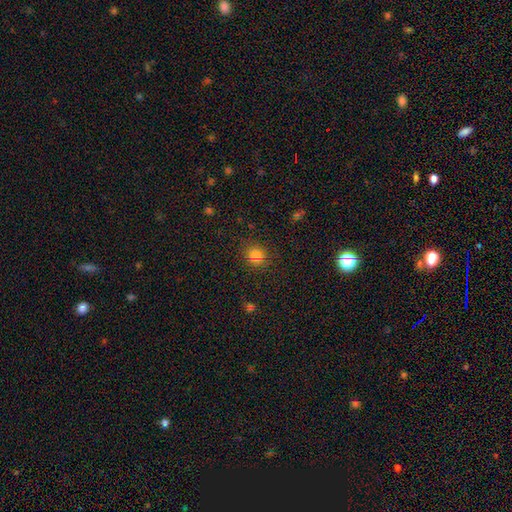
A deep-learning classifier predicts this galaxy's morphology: Q: Smooth or featured?
A: smooth (70%); runner-up: star or artifact (23%)
Q: How rounded?
A: round (78%); runner-up: in between (20%)
Q: Merging?
A: none (84%); runner-up: minor disturbance (10%)